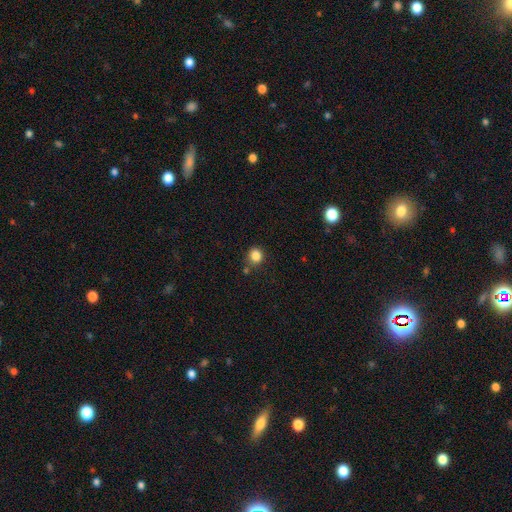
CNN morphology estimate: Q: Smooth or featured?
A: smooth (84%); runner-up: star or artifact (12%)
Q: How rounded?
A: round (82%); runner-up: in between (17%)
Q: Merging?
A: none (76%); runner-up: minor disturbance (13%)